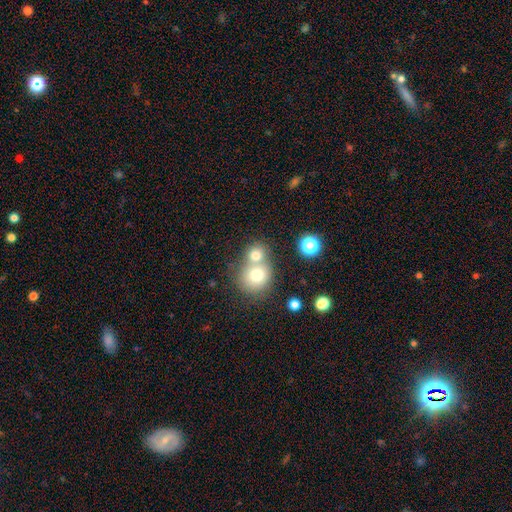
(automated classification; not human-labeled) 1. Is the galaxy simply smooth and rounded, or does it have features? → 74% smooth, 14% featured or disk, 12% star or artifact.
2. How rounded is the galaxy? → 78% round, 21% in between, 1% cigar-shaped.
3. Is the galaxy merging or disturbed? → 55% merger, 36% none, 6% minor disturbance, 3% major disturbance.